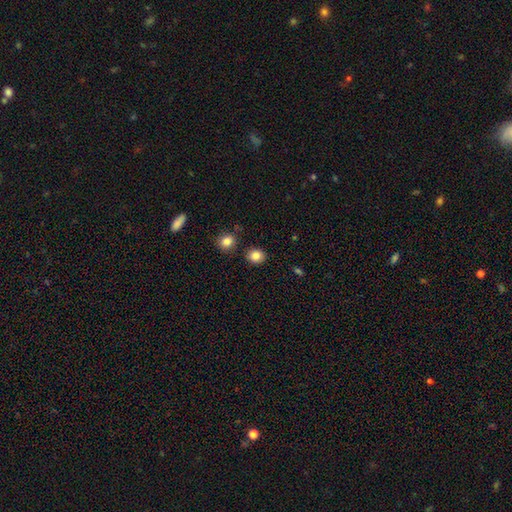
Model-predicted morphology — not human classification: A smooth galaxy with no disk features (85%) that is round (64%).

Vote fractions:
- Smooth or featured? smooth: 85% / star or artifact: 10% / featured or disk: 5%
- How rounded? round: 64% / in between: 35% / cigar-shaped: 1%
- Merging? none: 85% / minor disturbance: 8% / merger: 4% / major disturbance: 2%